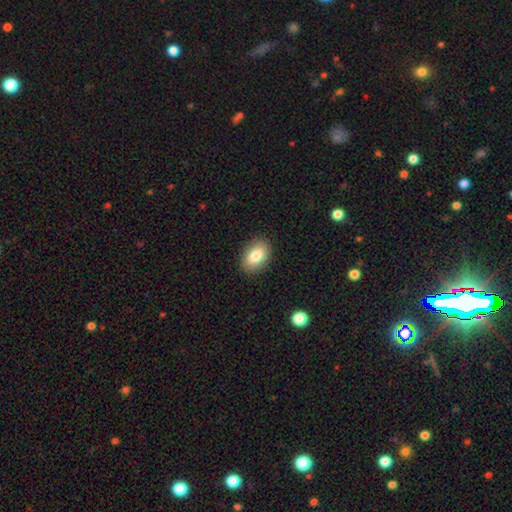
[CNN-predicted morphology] This appears to be a smooth galaxy with no disk features (83%) that is in between round and cigar-shaped (88%). Merging: none (88%).